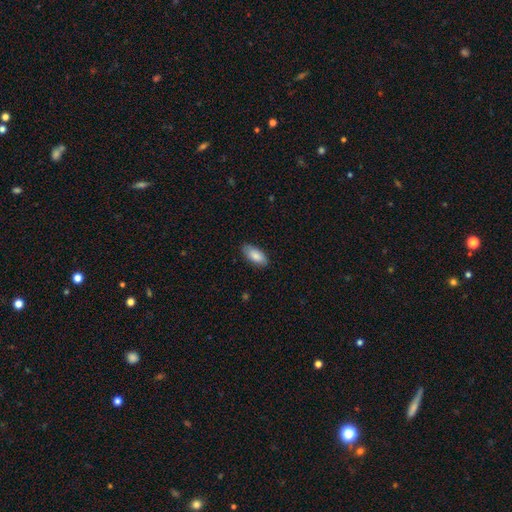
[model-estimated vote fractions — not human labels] This is clearly a smooth galaxy (85%). How rounded: clearly in between (91%). Merging: clearly none (83%).